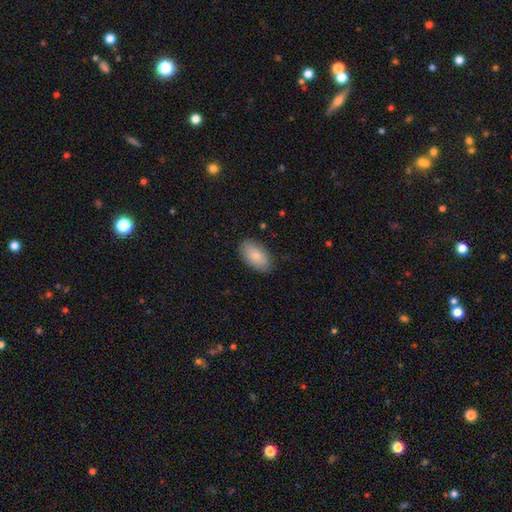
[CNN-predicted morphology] Smooth or featured? Predicted: smooth (p=0.85). How rounded? Predicted: in between (p=0.95). Merging? Predicted: none (p=0.86).